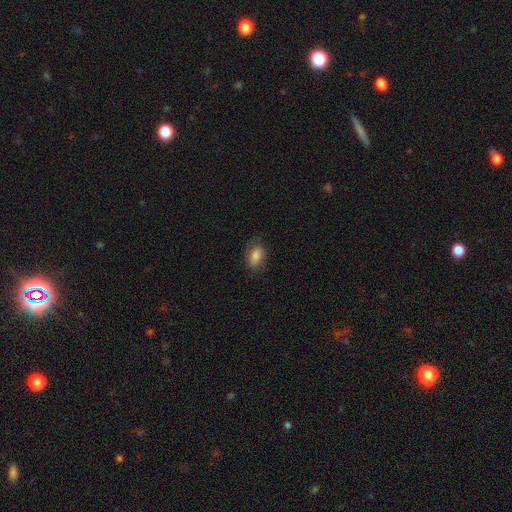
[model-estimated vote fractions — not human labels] This is clearly a smooth galaxy (81%). How rounded: clearly in between (87%). Merging: likely none (76%).